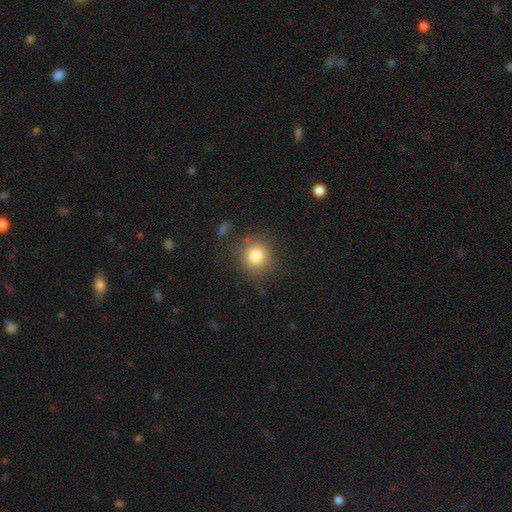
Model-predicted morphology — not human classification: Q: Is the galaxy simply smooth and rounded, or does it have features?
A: smooth — 81%.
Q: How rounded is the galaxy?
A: round — 90%.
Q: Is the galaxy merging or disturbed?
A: none — 81%.